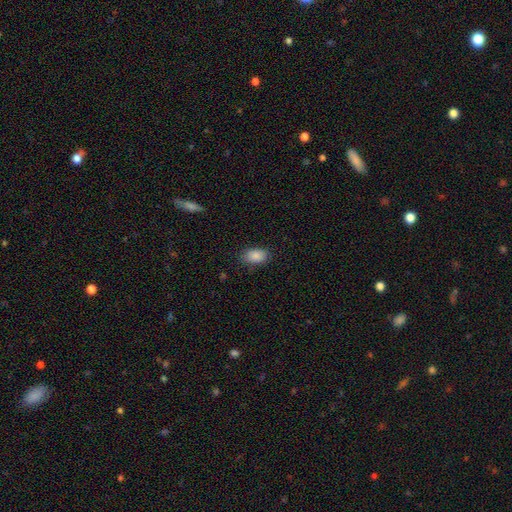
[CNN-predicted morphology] The model was most divided on "merging": none: 84%, minor disturbance: 12%, major disturbance: 3%, merger: 1%. More confident: how rounded — in between (89%); smooth or featured — smooth (88%).